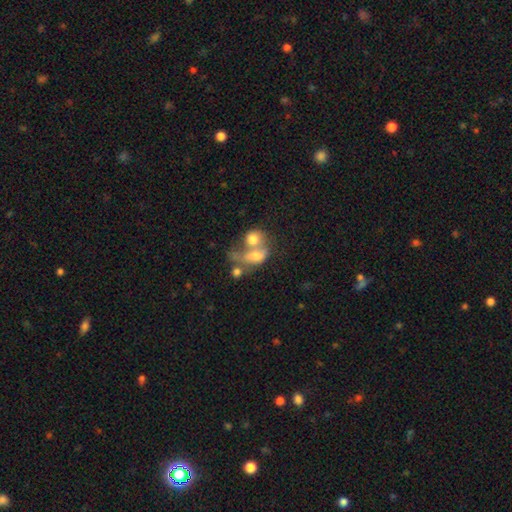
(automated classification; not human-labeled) Overall: smooth (59%; featured or disk 30%). How rounded: in between (64%; round 33%). Merging: merger (67%).